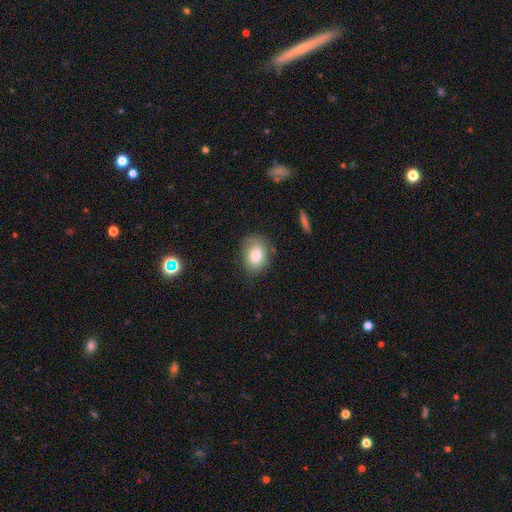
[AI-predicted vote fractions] smooth_or_featured: smooth (p=0.82) [alt: featured or disk p=0.10]
how_rounded: in between (p=0.68) [alt: round p=0.30]
merging: none (p=0.75) [alt: minor disturbance p=0.18]